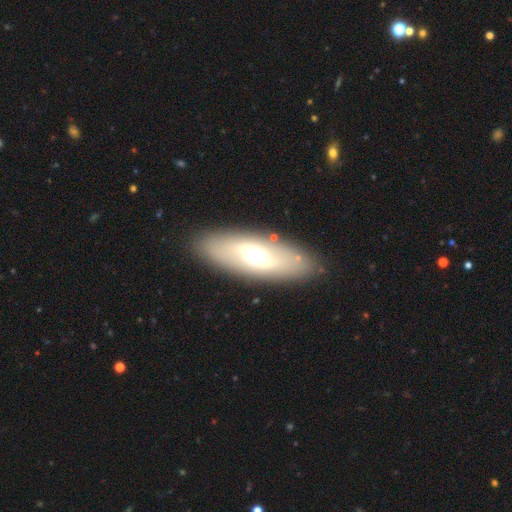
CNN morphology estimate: smooth-or-featured: featured or disk: 53% | smooth: 40% | star or artifact: 7%
  disk-edge-on: no: 75% | yes: 25%
  merging: none: 87% | minor disturbance: 9% | major disturbance: 3% | merger: 2%